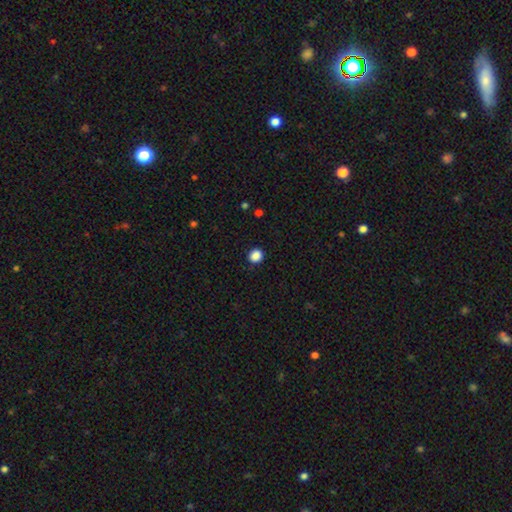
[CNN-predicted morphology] Smooth or featured? smooth (87%)
How rounded? round (85%)
Merging? none (89%)